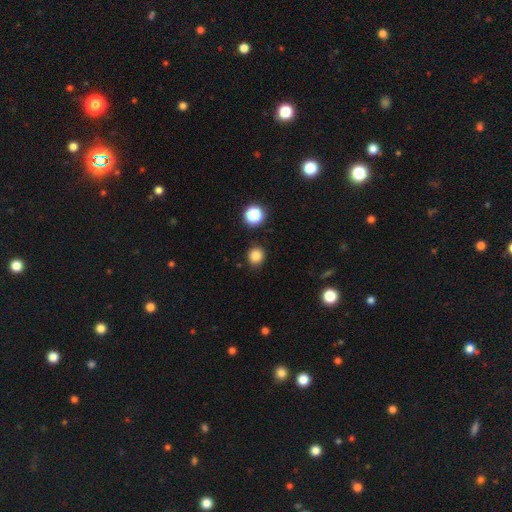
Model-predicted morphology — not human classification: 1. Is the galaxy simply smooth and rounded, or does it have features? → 83% smooth, 13% star or artifact, 4% featured or disk.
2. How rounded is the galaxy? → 86% round, 13% in between, 1% cigar-shaped.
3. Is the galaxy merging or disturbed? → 89% none, 7% minor disturbance, 2% major disturbance, 2% merger.